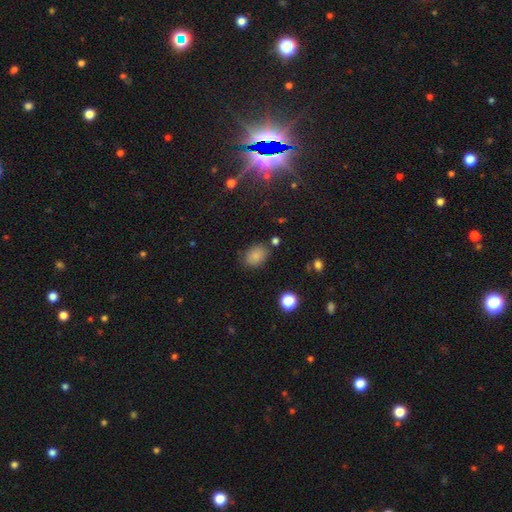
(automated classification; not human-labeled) Overall: smooth (81%). How rounded: in between (76%). Merging: none (78%).